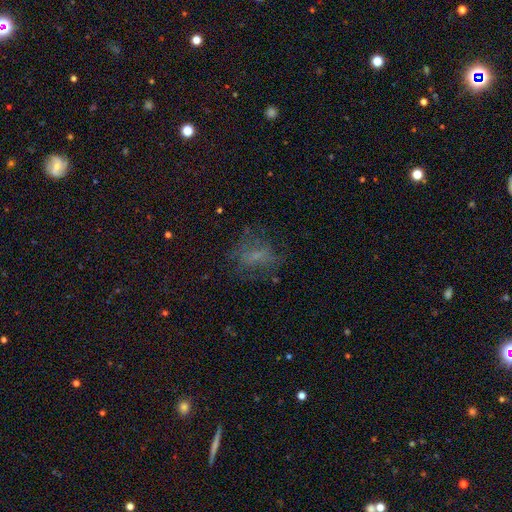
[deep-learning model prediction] Overall: smooth (44%; featured or disk 32%). Merging: none (56%; major disturbance 23%).